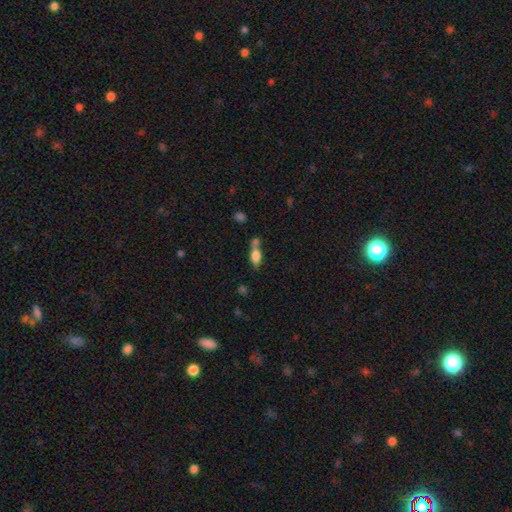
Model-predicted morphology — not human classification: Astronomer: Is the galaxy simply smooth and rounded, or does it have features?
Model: smooth — 71%.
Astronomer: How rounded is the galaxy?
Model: in between — 77%.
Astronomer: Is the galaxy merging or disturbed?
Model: none — 43% (runner-up: merger, 36%).